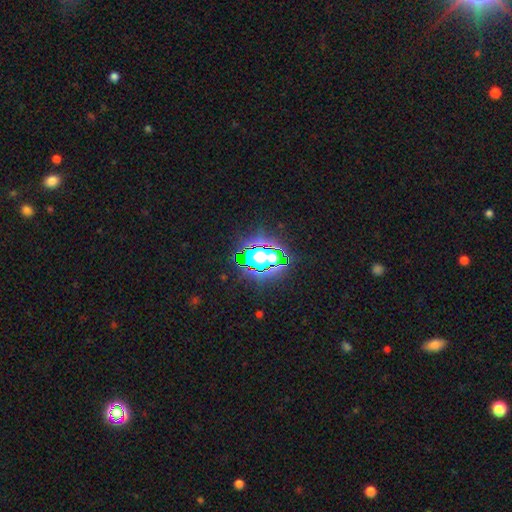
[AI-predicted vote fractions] A star or artifact, not a galaxy (68%).

Vote fractions:
- Smooth or featured? star or artifact: 68% / smooth: 20% / featured or disk: 12%